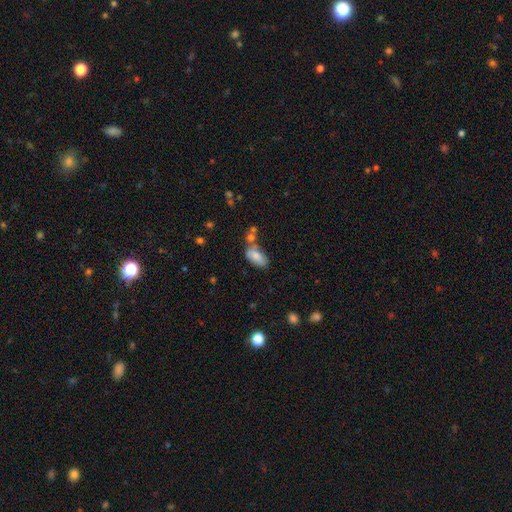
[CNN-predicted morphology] This appears to be a smooth galaxy with no disk features (78%) that is in between round and cigar-shaped (93%). Merging: none (49%).